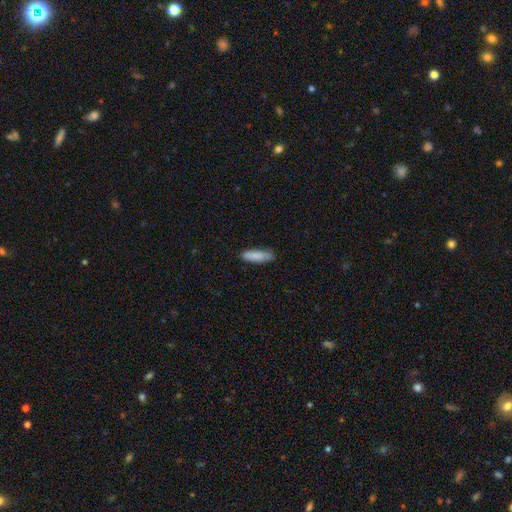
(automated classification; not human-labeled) Morphology: type=smooth (86%); roundness=cigar-shaped (58%); merging=none (75%).